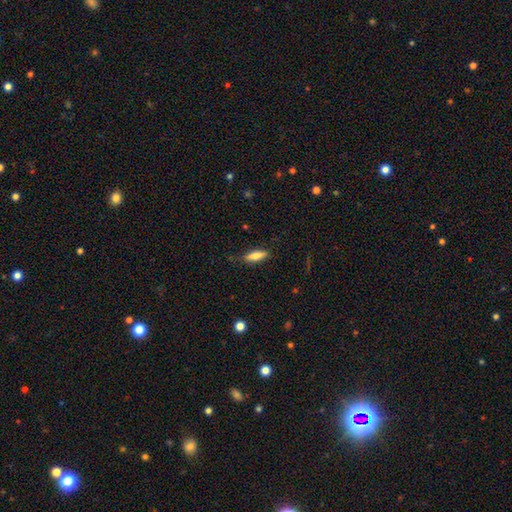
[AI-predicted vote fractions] Smooth or featured? Predicted: smooth (p=0.72). How rounded? Predicted: in between (p=0.50). Merging? Predicted: none (p=0.81).